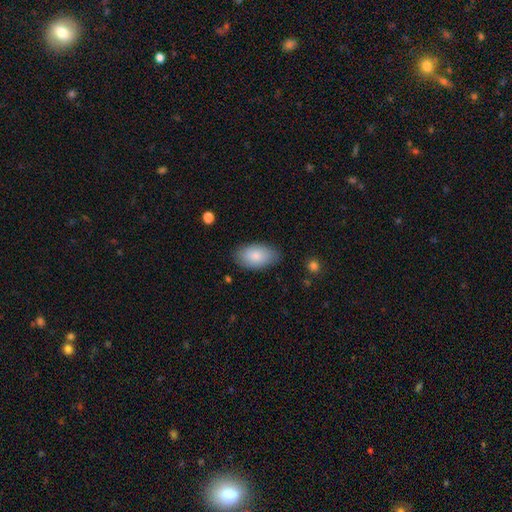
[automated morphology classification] smooth-or-featured: smooth: 84% | featured or disk: 10% | star or artifact: 6%
  how-rounded: in between: 94% | round: 5% | cigar-shaped: 2%
  merging: none: 82% | minor disturbance: 14% | major disturbance: 3% | merger: 1%